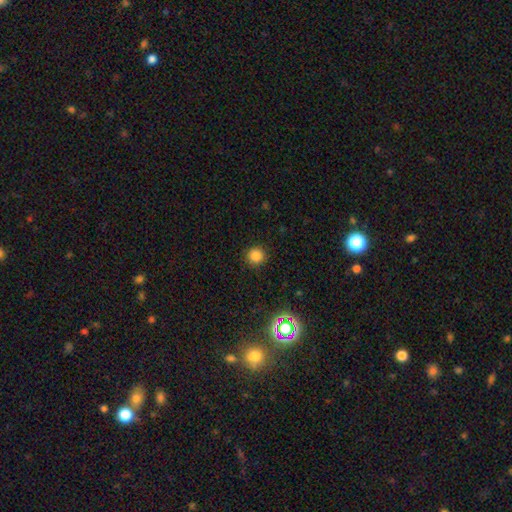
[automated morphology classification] A smooth galaxy with no disk features (82%) that is round (94%).

Vote fractions:
- Smooth or featured? smooth: 82% / star or artifact: 14% / featured or disk: 4%
- How rounded? round: 94% / in between: 5% / cigar-shaped: 1%
- Merging? none: 91% / minor disturbance: 6% / major disturbance: 2% / merger: 1%